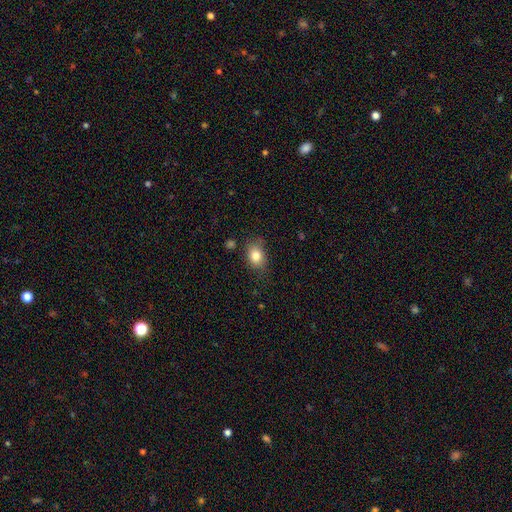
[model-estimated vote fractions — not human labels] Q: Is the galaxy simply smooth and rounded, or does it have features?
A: smooth — 82%.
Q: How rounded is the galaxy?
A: in between — 67%.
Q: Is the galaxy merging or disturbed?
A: none — 75%.